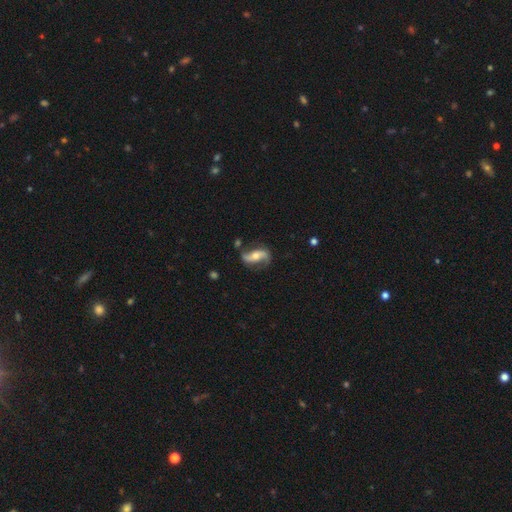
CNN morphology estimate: The model was most divided on "bar": no: 41%, strong: 32%, weak: 27%. More confident: edge-on disk — no (93%); spiral arms — yes (93%); spiral arm count — 2 (90%); smooth or featured — featured or disk (81%); merging — none (69%); spiral winding — loose (67%); bulge size — moderate (58%).